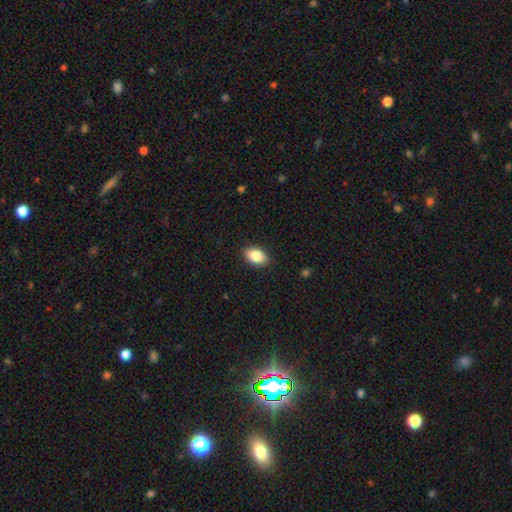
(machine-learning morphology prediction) Smooth or featured? smooth (85%)
How rounded? in between (88%)
Merging? none (88%)